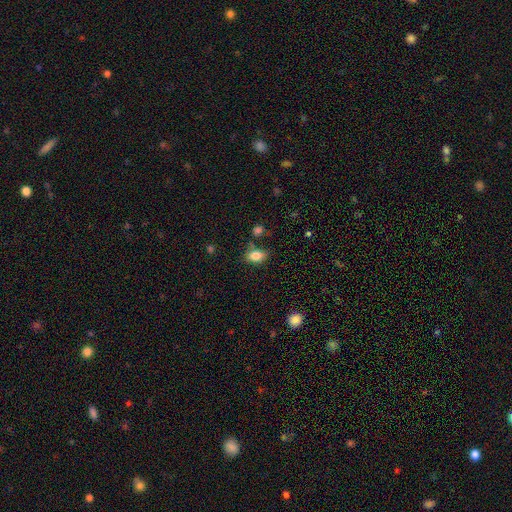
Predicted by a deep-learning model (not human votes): smooth_or_featured: smooth (p=0.83) [alt: star or artifact p=0.09]
how_rounded: in between (p=0.84) [alt: round p=0.14]
merging: none (p=0.70) [alt: minor disturbance p=0.18]